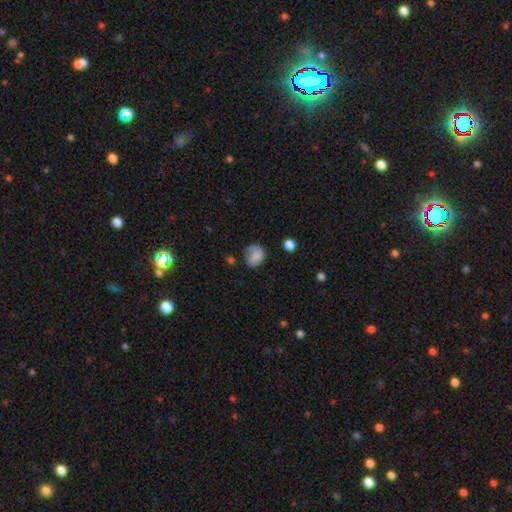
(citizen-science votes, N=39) This appears to be a smooth galaxy with no disk features (92%) that is round (61%). Merging: major disturbance (37%).